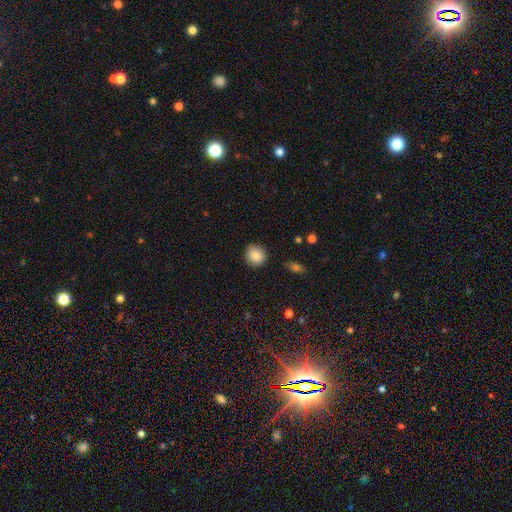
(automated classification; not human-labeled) A smooth galaxy with no disk features (87%) that is round (86%). Merging: none (88%).